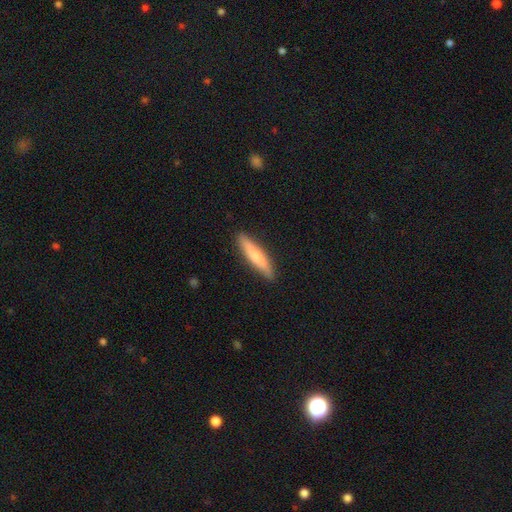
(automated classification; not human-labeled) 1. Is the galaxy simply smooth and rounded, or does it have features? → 67% smooth, 27% featured or disk, 5% star or artifact.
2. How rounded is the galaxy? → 85% cigar-shaped, 14% in between, 1% round.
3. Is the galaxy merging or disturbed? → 88% none, 9% minor disturbance, 2% major disturbance, 1% merger.